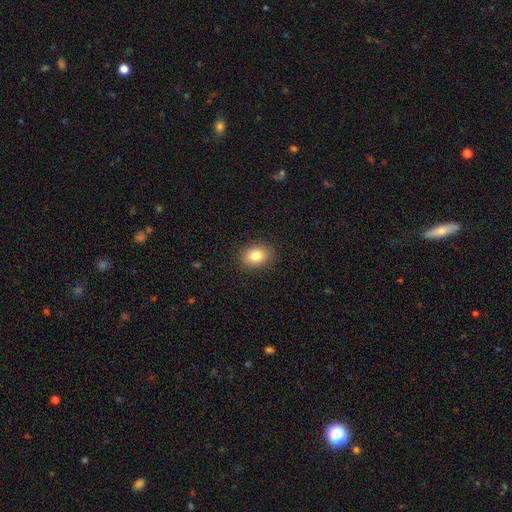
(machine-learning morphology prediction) smooth 83%, star or artifact 10%, featured or disk 8%. Down the decision tree: how rounded — in between (61%); merging — none (89%).